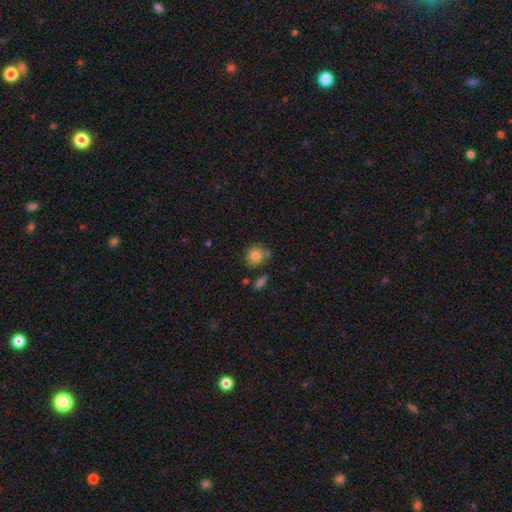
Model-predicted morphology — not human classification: This is clearly a smooth galaxy (81%). How rounded: clearly round (84%). Merging: likely none (68%).